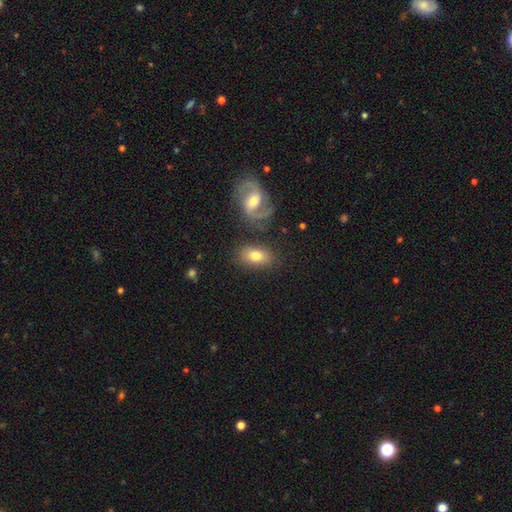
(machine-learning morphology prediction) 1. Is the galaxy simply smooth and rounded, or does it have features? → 71% smooth, 21% featured or disk, 8% star or artifact.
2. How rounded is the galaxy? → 87% in between, 11% round, 2% cigar-shaped.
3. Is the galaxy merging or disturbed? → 74% none, 13% minor disturbance, 8% merger, 5% major disturbance.